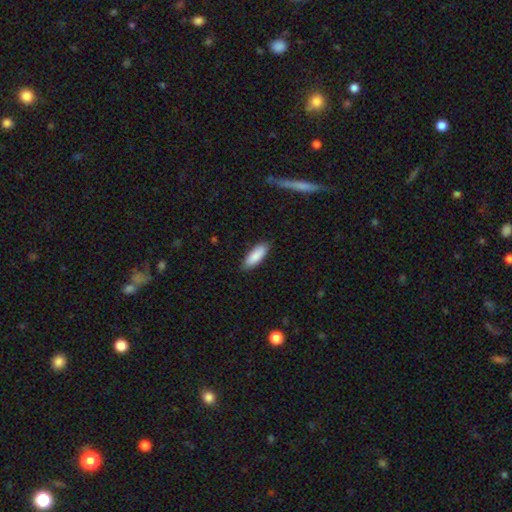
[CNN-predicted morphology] Q: Smooth or featured?
A: smooth (88%); runner-up: featured or disk (6%)
Q: How rounded?
A: in between (68%); runner-up: cigar-shaped (30%)
Q: Merging?
A: none (86%); runner-up: minor disturbance (11%)